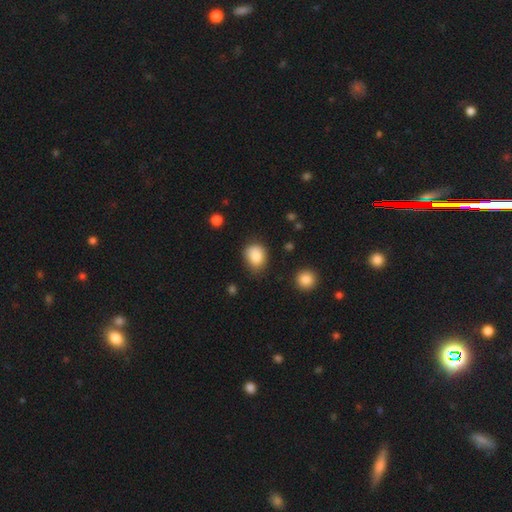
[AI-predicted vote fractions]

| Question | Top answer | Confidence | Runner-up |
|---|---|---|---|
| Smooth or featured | smooth | 85% | star or artifact (9%) |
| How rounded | round | 54% | in between (45%) |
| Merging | none | 69% | minor disturbance (23%) |